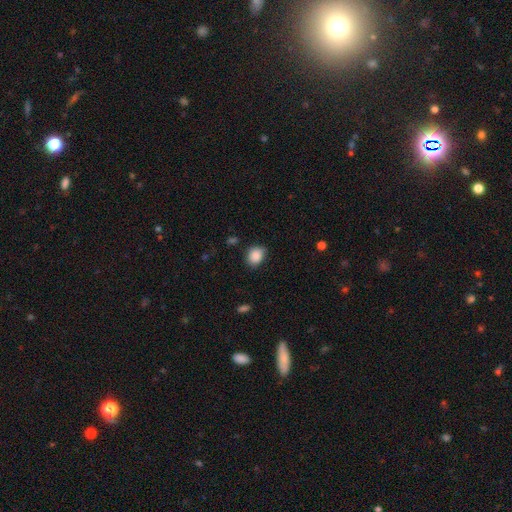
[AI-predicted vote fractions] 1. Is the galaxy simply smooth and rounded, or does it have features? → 87% smooth, 9% star or artifact, 4% featured or disk.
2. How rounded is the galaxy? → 53% round, 47% in between, 1% cigar-shaped.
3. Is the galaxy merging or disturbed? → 71% none, 23% minor disturbance, 5% major disturbance, 2% merger.